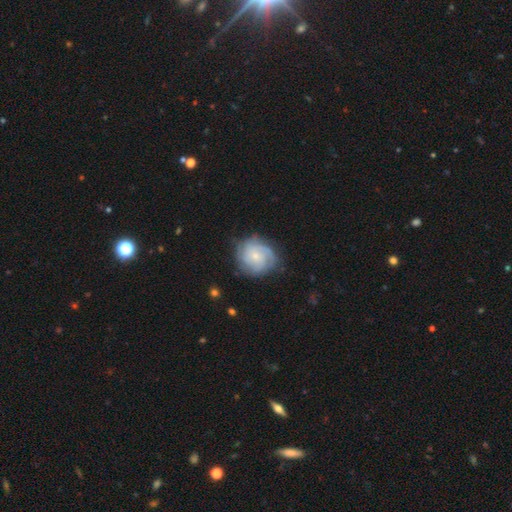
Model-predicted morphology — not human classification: type=featured or disk (69%); edge-on=no (98%); bar=no (75%); spiral arms=yes (93%); winding=tight (60%); arm count=can't tell (35%); bulge=small (71%); merging=none (74%).